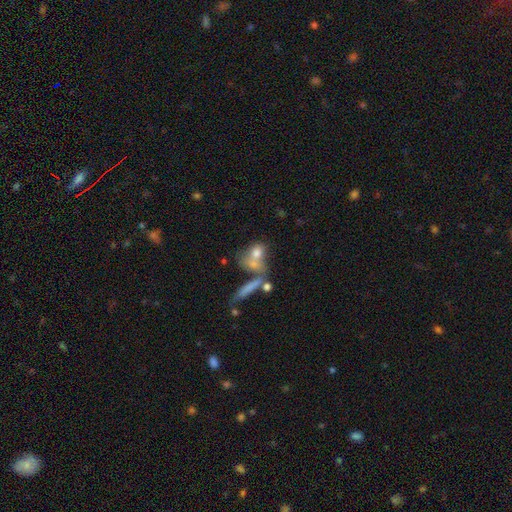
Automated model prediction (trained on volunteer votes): smooth 69%, featured or disk 20%, star or artifact 10%. Down the decision tree: how rounded — in between (53%); merging — merger (46%).